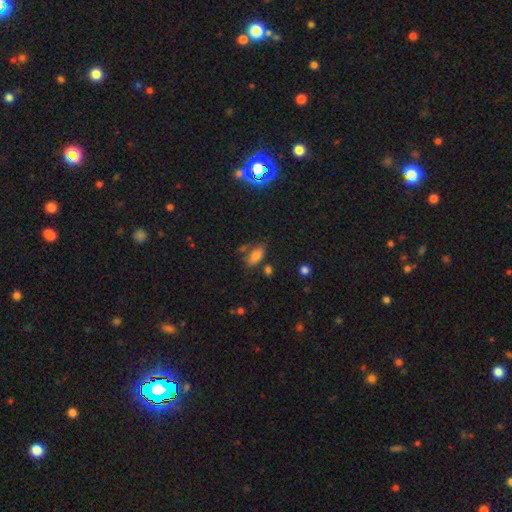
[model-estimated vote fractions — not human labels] Smooth or featured?
  - smooth: 76% *
  - star or artifact: 12%
  - featured or disk: 12%
How rounded?
  - in between: 86% *
  - cigar-shaped: 10%
  - round: 4%
Merging?
  - none: 65% *
  - minor disturbance: 19%
  - merger: 11%
  - major disturbance: 6%